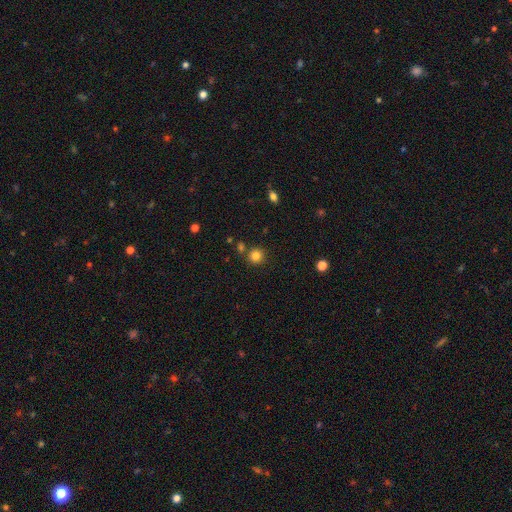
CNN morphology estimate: A smooth galaxy with no disk features (83%) that is round (92%). Merging: none (82%).